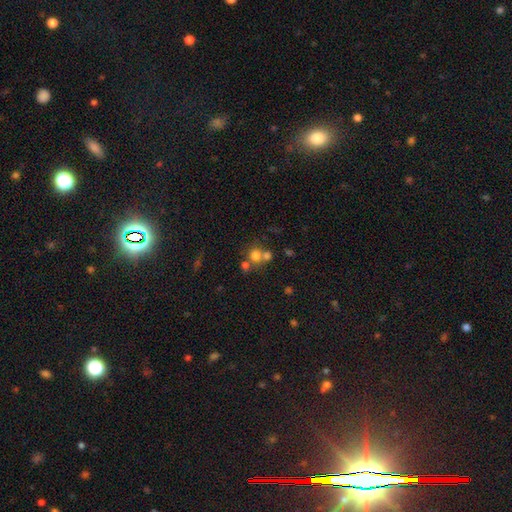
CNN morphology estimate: A smooth galaxy with no disk features (71%) that is round (84%).

Vote fractions:
- Smooth or featured? smooth: 71% / star or artifact: 16% / featured or disk: 13%
- How rounded? round: 84% / in between: 15% / cigar-shaped: 1%
- Merging? none: 47% / merger: 41% / minor disturbance: 7% / major disturbance: 5%